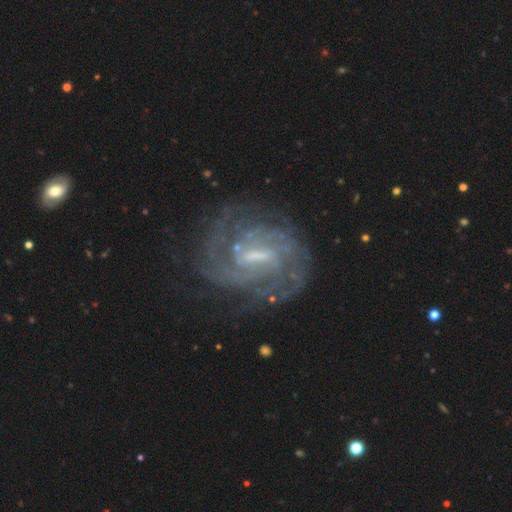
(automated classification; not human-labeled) Smooth or featured?
  - featured or disk: 88% *
  - star or artifact: 7%
  - smooth: 6%
Edge-on disk?
  - no: 97% *
  - yes: 3%
Bar?
  - weak: 50% *
  - strong: 38%
  - no: 12%
Spiral arms?
  - yes: 95% *
  - no: 5%
Spiral winding?
  - tight: 59% *
  - medium: 33%
  - loose: 8%
Spiral arm count?
  - can't tell: 34% *
  - 2: 26%
  - 3: 17%
  - 4: 11%
  - more than 4: 6%
  - 1: 6%
Bulge size?
  - small: 44% *
  - moderate: 33%
  - none: 19%
  - large: 3%
  - dominant: 1%
Merging?
  - none: 71% *
  - minor disturbance: 16%
  - major disturbance: 10%
  - merger: 2%